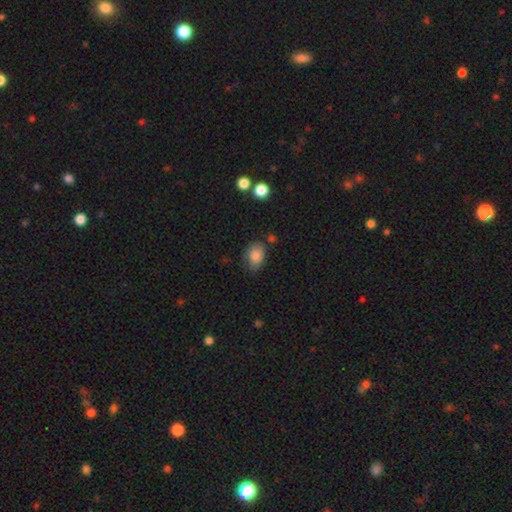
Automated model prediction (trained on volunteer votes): Overall: smooth (84%). How rounded: in between (77%). Merging: none (68%).